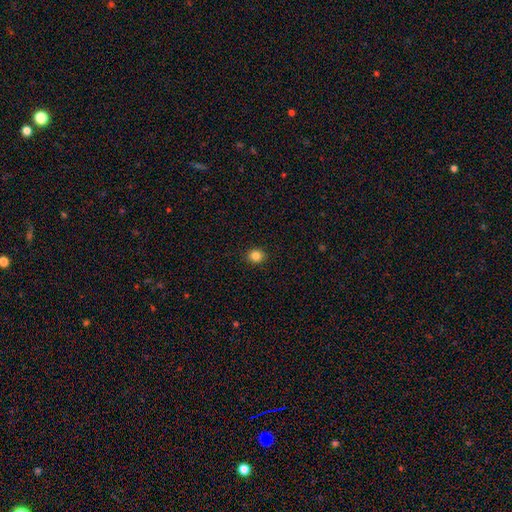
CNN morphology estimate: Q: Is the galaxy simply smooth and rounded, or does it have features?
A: smooth — 85%.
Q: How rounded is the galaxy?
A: round — 81%.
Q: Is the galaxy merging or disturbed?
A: none — 91%.